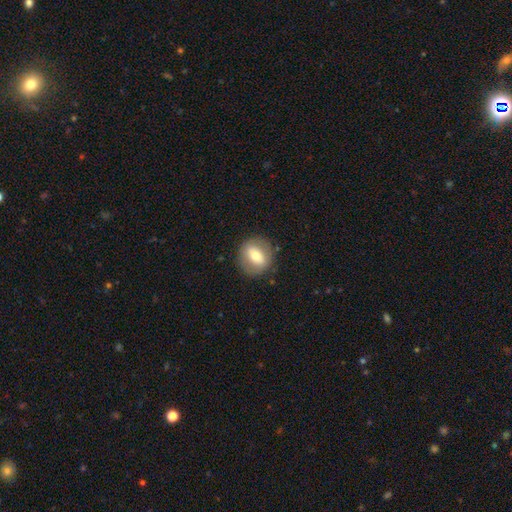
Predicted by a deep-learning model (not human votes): Smooth or featured: smooth — 58% (featured or disk — 35%)
How rounded: round — 73% (in between — 26%)
Merging: none — 83% (minor disturbance — 11%)